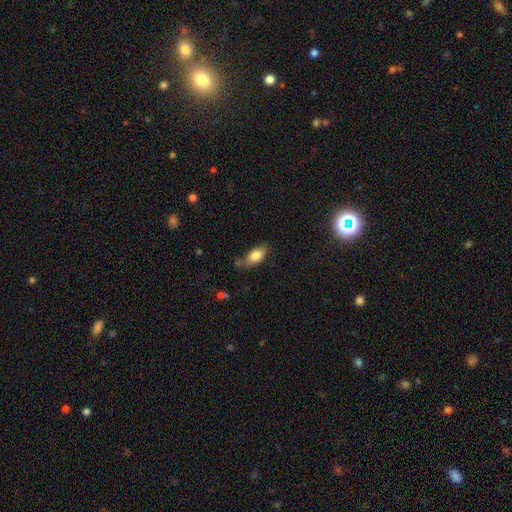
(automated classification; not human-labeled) This appears to be a smooth galaxy with no disk features (80%) that is in between round and cigar-shaped (88%). Merging: none (57%).